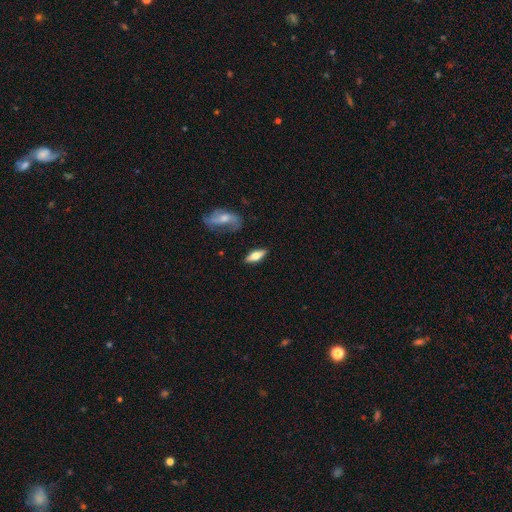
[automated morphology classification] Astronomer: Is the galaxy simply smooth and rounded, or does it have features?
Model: smooth — 52% (runner-up: featured or disk, 41%).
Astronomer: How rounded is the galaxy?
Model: in between — 61%.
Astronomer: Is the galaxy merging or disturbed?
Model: none — 84%.